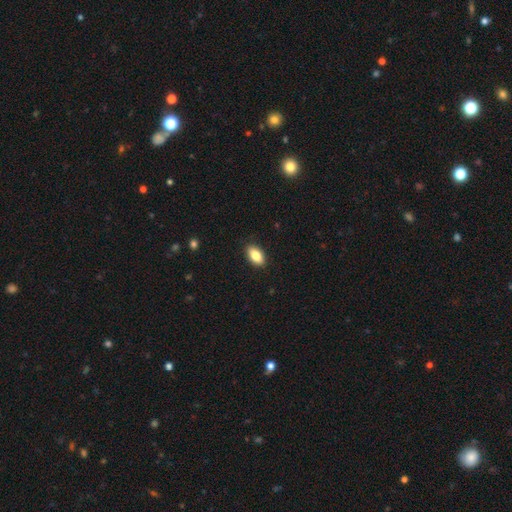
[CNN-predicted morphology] type=smooth (84%); roundness=in between (92%); merging=none (89%).